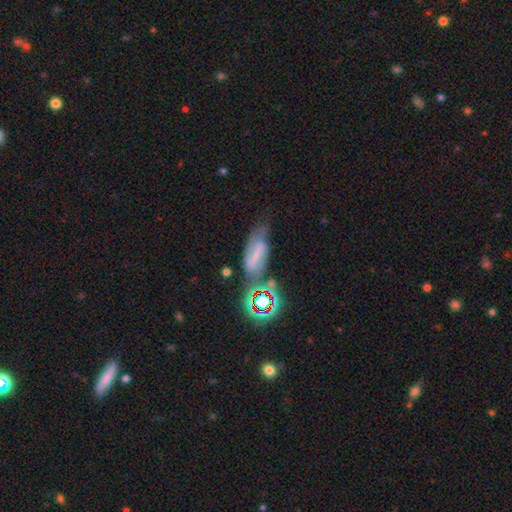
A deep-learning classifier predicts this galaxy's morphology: This is possibly a featured or disk galaxy (59%). It is clearly not viewed edge-on (91%). Bar: possibly strong (50%). Spiral arm pattern: clearly yes (86%). Central bulge: possibly small (54%). Merging: possibly none (56%).